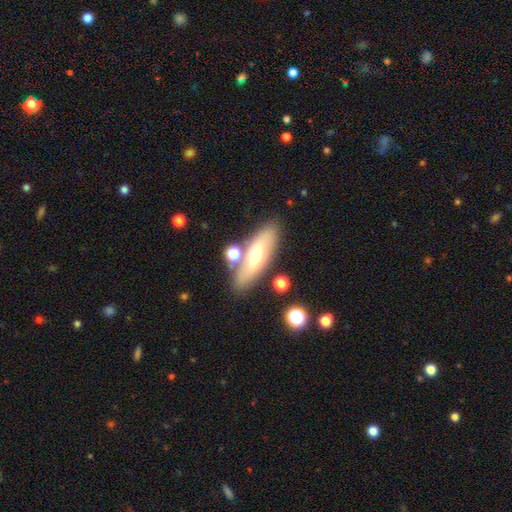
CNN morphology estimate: A smooth galaxy with no disk features (52%) that is in between round and cigar-shaped (54%). Merging: none (75%).